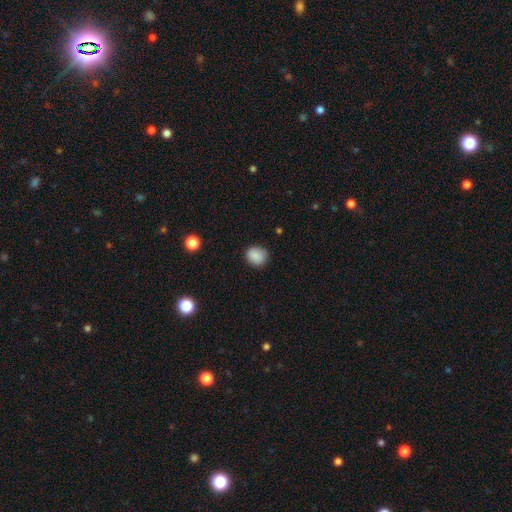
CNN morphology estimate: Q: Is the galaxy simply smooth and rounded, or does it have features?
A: smooth — 88%.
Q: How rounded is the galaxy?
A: round — 76%.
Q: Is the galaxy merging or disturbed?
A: none — 84%.